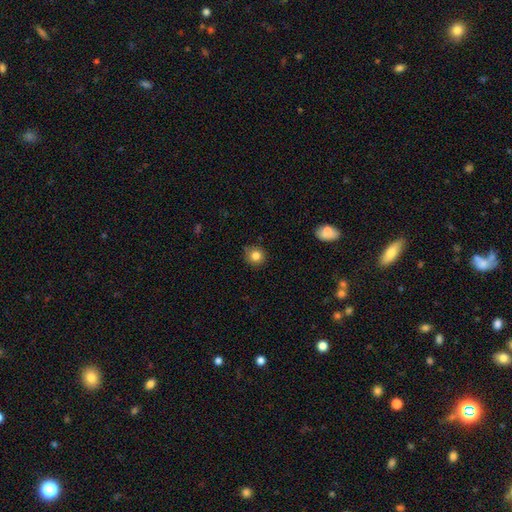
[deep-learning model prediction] This is clearly a smooth galaxy (83%). How rounded: clearly round (89%). Merging: clearly none (81%).